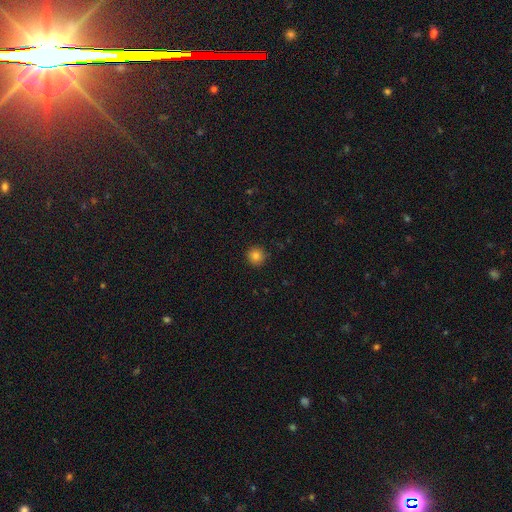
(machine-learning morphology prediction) type=smooth (83%); roundness=round (94%); merging=none (91%).